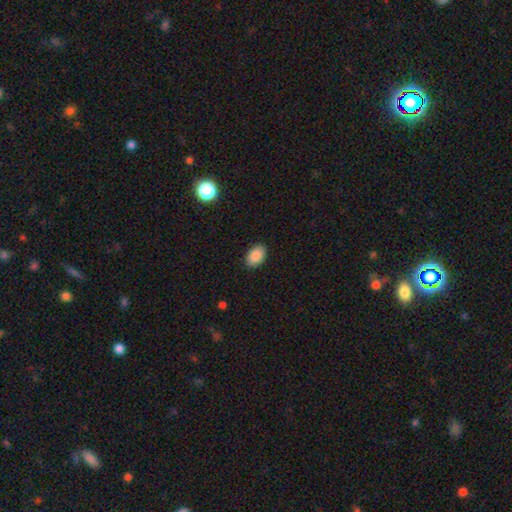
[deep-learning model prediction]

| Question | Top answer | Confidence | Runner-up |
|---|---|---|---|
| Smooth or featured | smooth | 89% | star or artifact (7%) |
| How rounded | in between | 89% | round (10%) |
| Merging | none | 89% | minor disturbance (8%) |